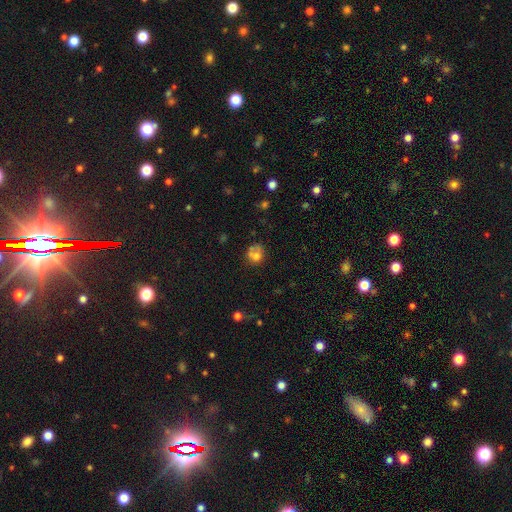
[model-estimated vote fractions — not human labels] Smooth or featured? Predicted: smooth (p=0.61). How rounded? Predicted: round (p=0.72). Merging? Predicted: none (p=0.39).